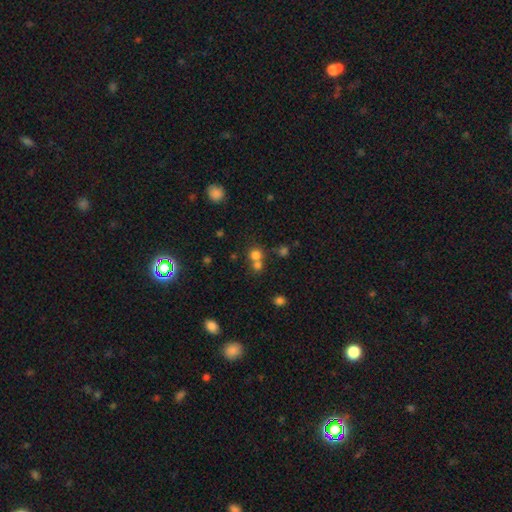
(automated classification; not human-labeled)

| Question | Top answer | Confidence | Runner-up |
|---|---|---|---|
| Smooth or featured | smooth | 73% | star or artifact (18%) |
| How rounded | round | 88% | in between (11%) |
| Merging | none | 51% | merger (41%) |